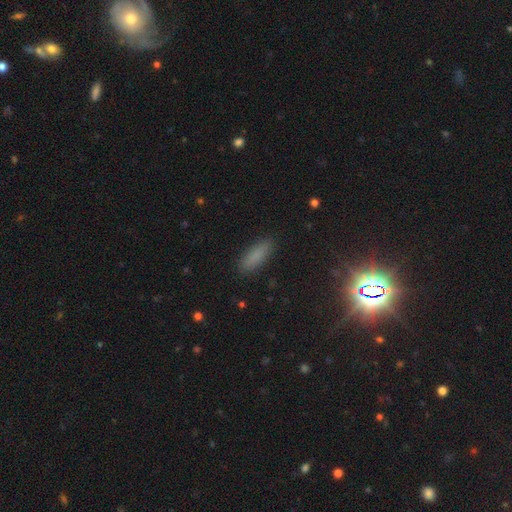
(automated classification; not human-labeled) A smooth galaxy with no disk features (81%) that is in between round and cigar-shaped (52%).

Vote fractions:
- Smooth or featured? smooth: 81% / star or artifact: 12% / featured or disk: 6%
- How rounded? in between: 52% / cigar-shaped: 46% / round: 2%
- Merging? none: 88% / minor disturbance: 9% / major disturbance: 2% / merger: 1%